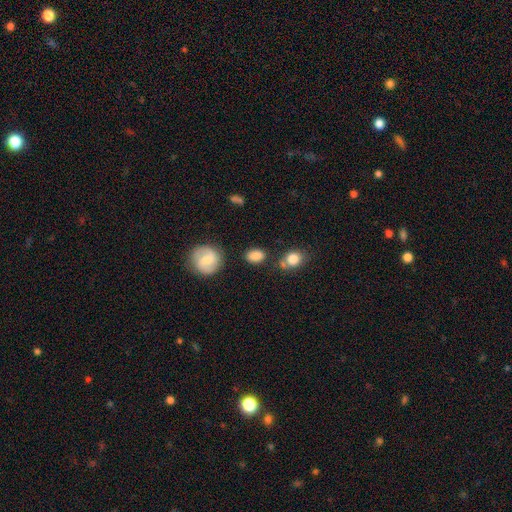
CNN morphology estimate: Q: Smooth or featured?
A: smooth (83%); runner-up: featured or disk (9%)
Q: How rounded?
A: in between (77%); runner-up: round (21%)
Q: Merging?
A: none (76%); runner-up: minor disturbance (14%)